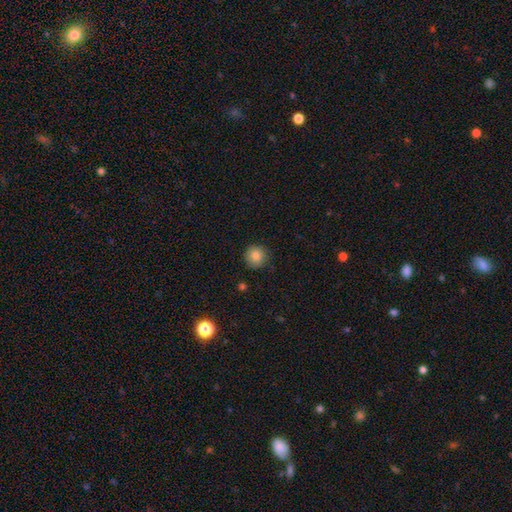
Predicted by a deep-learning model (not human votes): Q: Smooth or featured?
A: smooth (84%); runner-up: star or artifact (10%)
Q: How rounded?
A: round (93%); runner-up: in between (6%)
Q: Merging?
A: none (86%); runner-up: minor disturbance (11%)